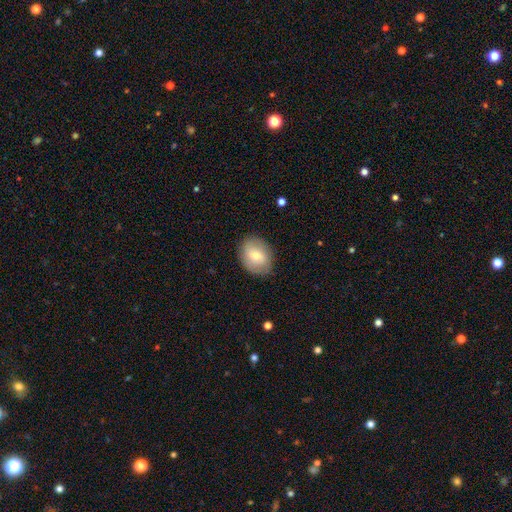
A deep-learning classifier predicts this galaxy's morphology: A smooth galaxy with no disk features (66%) that is in between round and cigar-shaped (57%). Merging: none (85%).